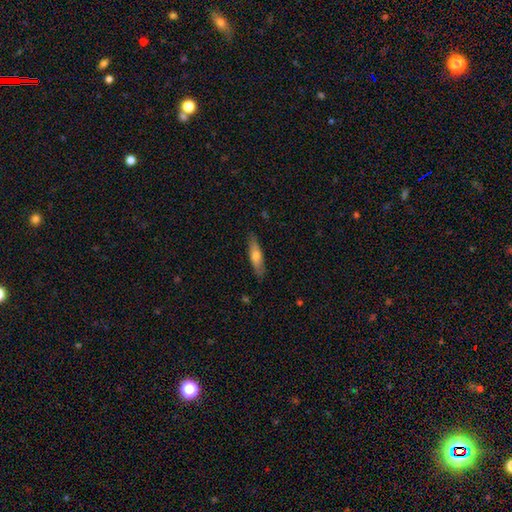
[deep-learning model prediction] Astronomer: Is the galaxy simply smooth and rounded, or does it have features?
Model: smooth — 61%.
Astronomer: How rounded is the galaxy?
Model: cigar-shaped — 69%.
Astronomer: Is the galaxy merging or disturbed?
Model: none — 85%.